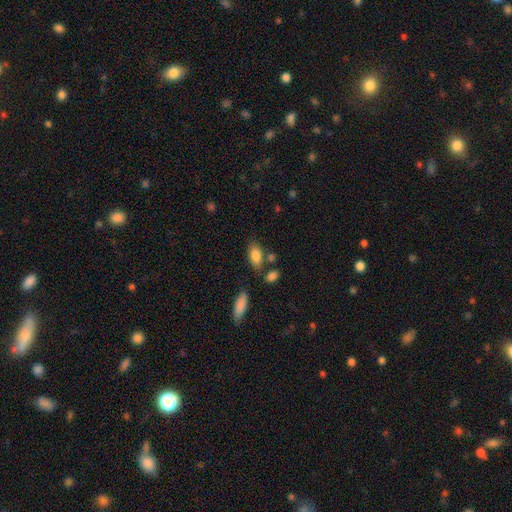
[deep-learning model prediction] Smooth or featured: smooth — 84% (featured or disk — 9%)
How rounded: in between — 89% (cigar-shaped — 7%)
Merging: none — 68% (minor disturbance — 15%)